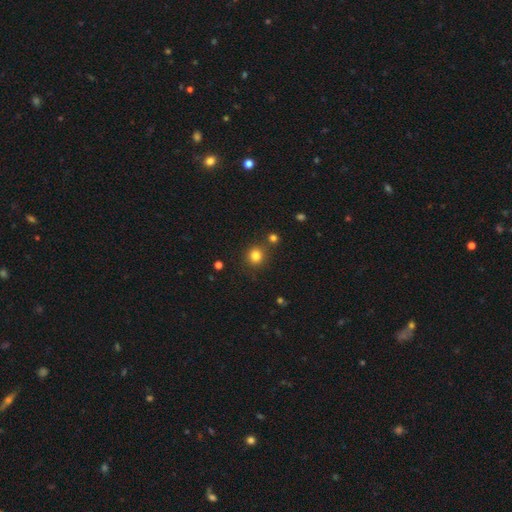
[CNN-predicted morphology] Smooth or featured: smooth — 81% (star or artifact — 13%)
How rounded: round — 87% (in between — 12%)
Merging: none — 81% (minor disturbance — 8%)